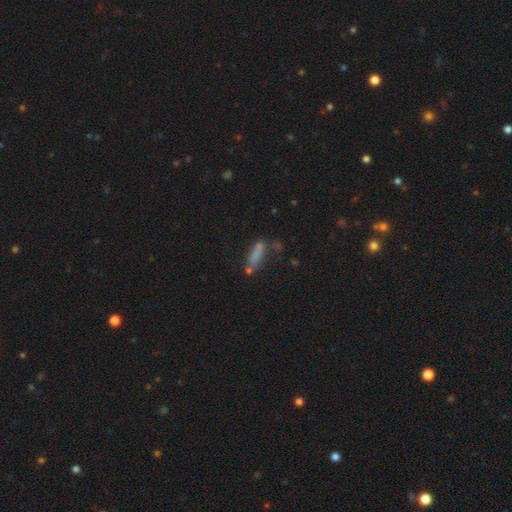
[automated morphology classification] type=smooth (67%); roundness=cigar-shaped (70%); merging=none (54%).